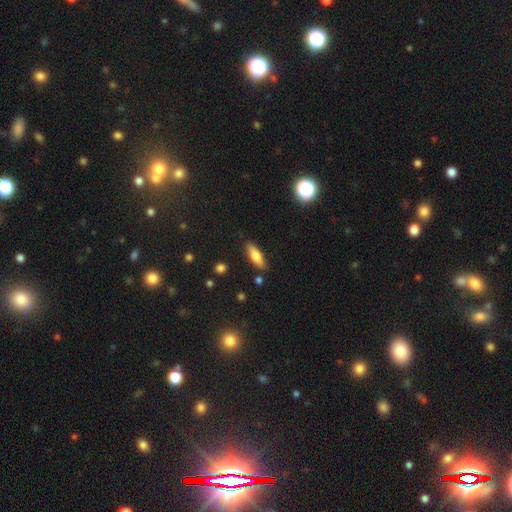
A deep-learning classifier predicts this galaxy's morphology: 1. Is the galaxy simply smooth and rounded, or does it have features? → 73% smooth, 19% featured or disk, 7% star or artifact.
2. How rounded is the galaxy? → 60% in between, 38% cigar-shaped, 3% round.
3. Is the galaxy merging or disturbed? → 84% none, 11% minor disturbance, 2% major disturbance, 2% merger.